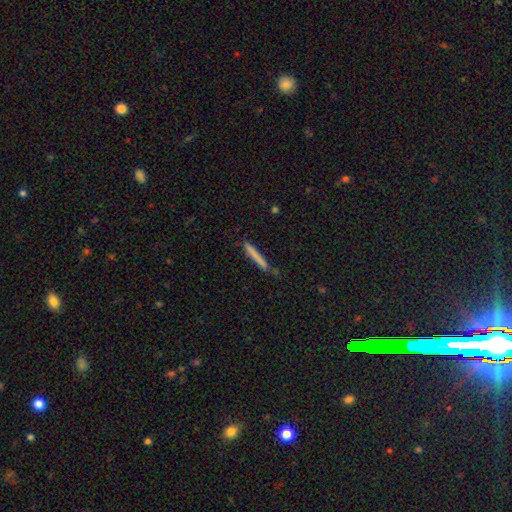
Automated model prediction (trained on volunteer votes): Smooth or featured: smooth — 73% (featured or disk — 20%)
How rounded: cigar-shaped — 96% (in between — 2%)
Merging: none — 79% (minor disturbance — 16%)